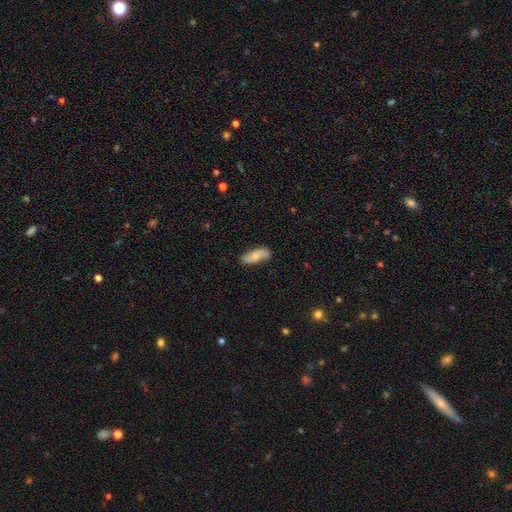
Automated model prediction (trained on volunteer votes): The model was most divided on "smooth or featured": smooth: 61%, featured or disk: 32%, star or artifact: 6%. More confident: merging — none (79%); how rounded — in between (77%).